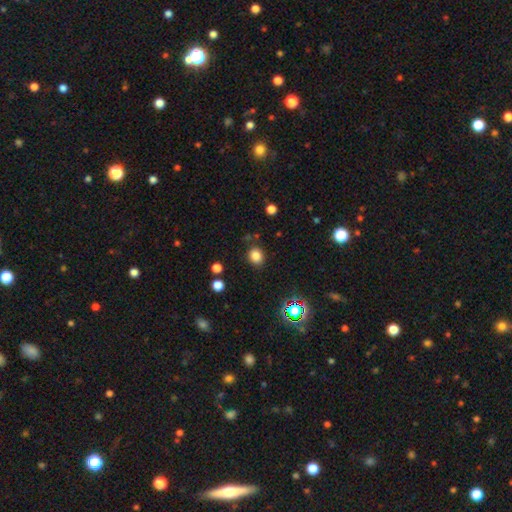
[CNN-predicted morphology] type=smooth (81%); roundness=round (67%); merging=none (83%).